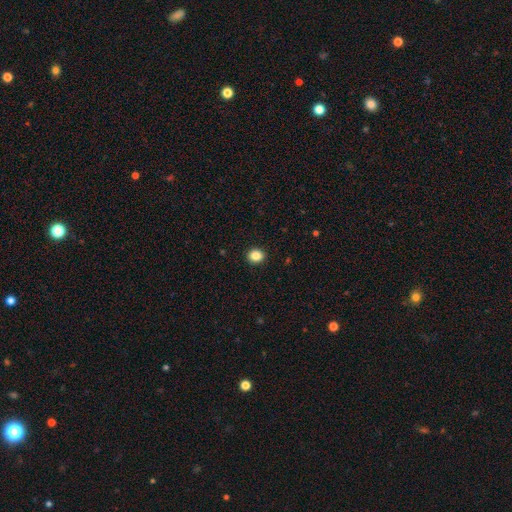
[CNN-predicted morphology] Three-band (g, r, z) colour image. It shows a smooth galaxy with no disk features (85%) that is round (70%). Merging: none (92%).